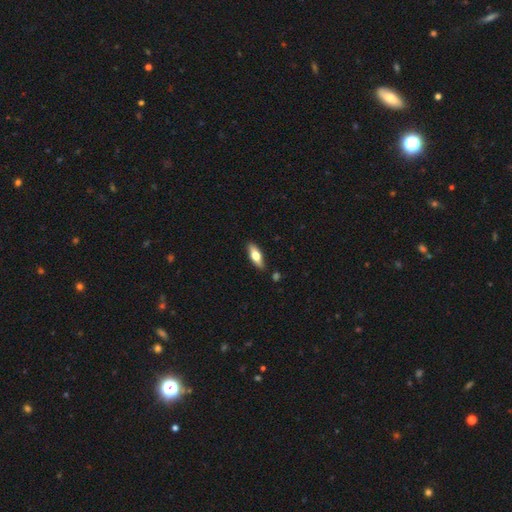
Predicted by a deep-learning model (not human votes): This appears to be a smooth galaxy with no disk features (60%) that is in between round and cigar-shaped (59%). Merging: none (86%).